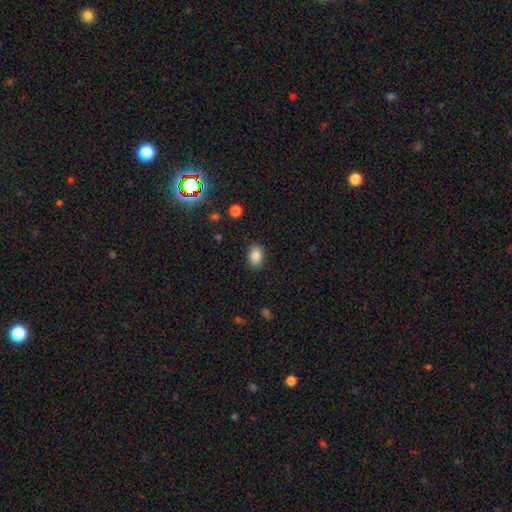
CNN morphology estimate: Smooth or featured?
  - smooth: 86% *
  - star or artifact: 9%
  - featured or disk: 5%
How rounded?
  - in between: 78% *
  - round: 21%
  - cigar-shaped: 1%
Merging?
  - none: 88% *
  - minor disturbance: 9%
  - major disturbance: 2%
  - merger: 1%